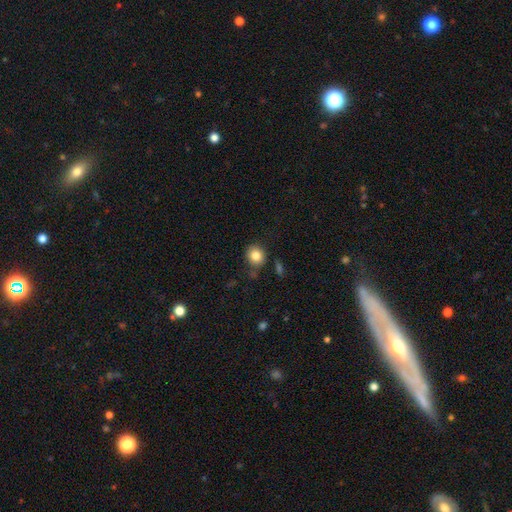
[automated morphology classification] The model was most divided on "how rounded": round: 81%, in between: 18%, cigar-shaped: 1%. More confident: smooth or featured — smooth (83%); merging — none (80%).